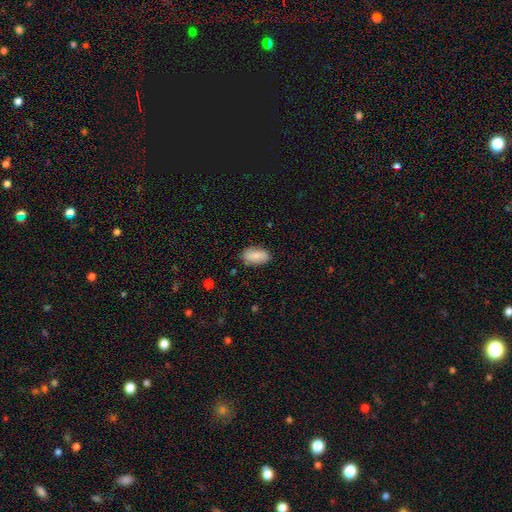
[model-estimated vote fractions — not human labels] The model was most divided on "merging": none: 81%, minor disturbance: 15%, major disturbance: 3%, merger: 1%. More confident: how rounded — in between (92%); smooth or featured — smooth (81%).